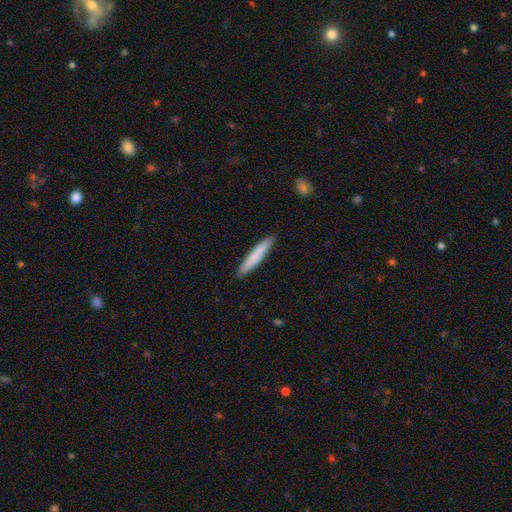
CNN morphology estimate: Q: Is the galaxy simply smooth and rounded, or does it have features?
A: smooth — 79%.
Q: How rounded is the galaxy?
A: cigar-shaped — 94%.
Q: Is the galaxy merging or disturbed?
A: none — 91%.